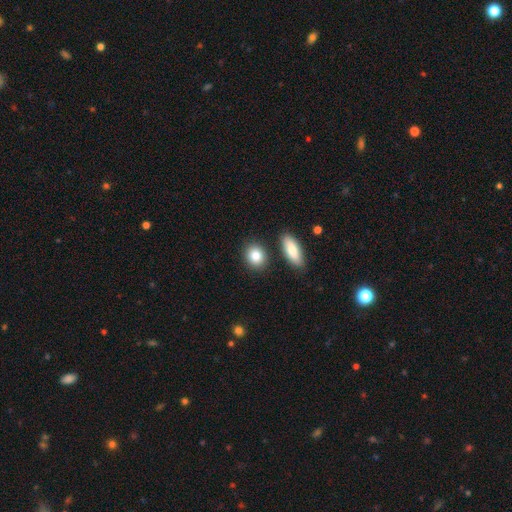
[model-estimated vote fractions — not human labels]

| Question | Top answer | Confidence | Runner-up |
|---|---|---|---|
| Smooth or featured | smooth | 84% | featured or disk (9%) |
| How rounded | round | 52% | in between (45%) |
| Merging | none | 81% | minor disturbance (9%) |